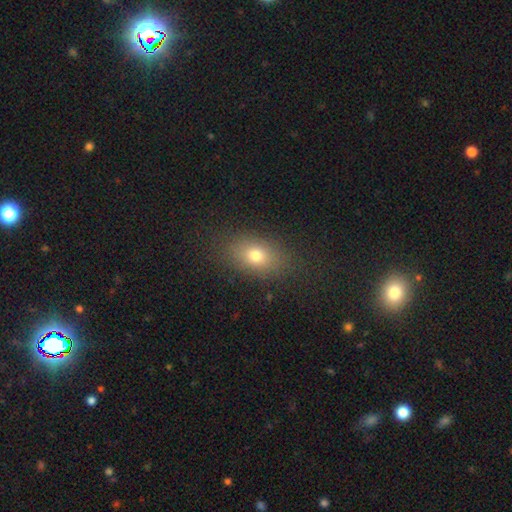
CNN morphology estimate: Smooth or featured: smooth — 74% (star or artifact — 13%)
How rounded: in between — 75% (round — 22%)
Merging: none — 83% (minor disturbance — 11%)